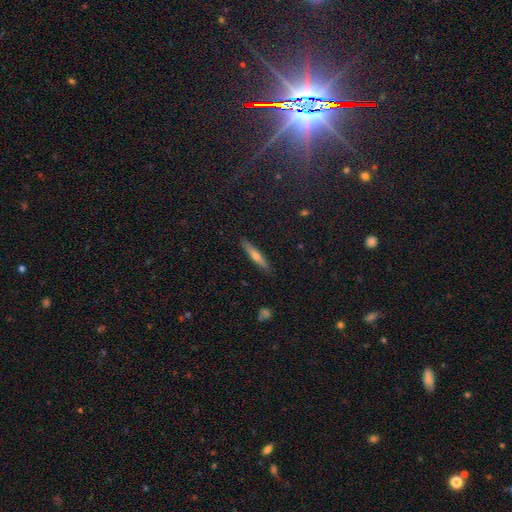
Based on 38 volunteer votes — A featured or disk galaxy (50%) viewed edge-on (100%) with a rounded central bulge (79%). Merging: none (85%).